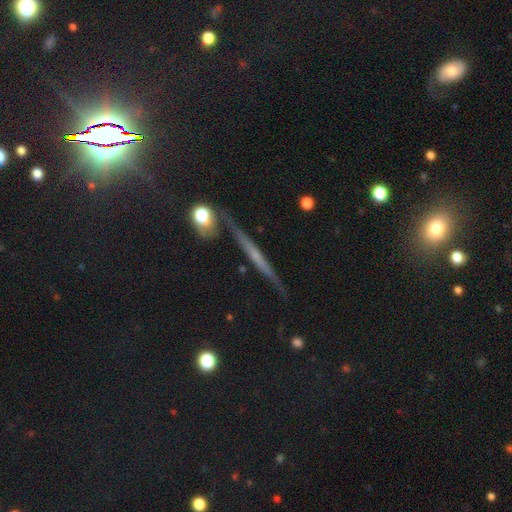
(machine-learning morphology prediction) The model was most divided on "smooth or featured": featured or disk: 63%, smooth: 26%, star or artifact: 11%. More confident: edge-on disk — yes (93%); merging — none (78%); edge-on bulge — none (66%).